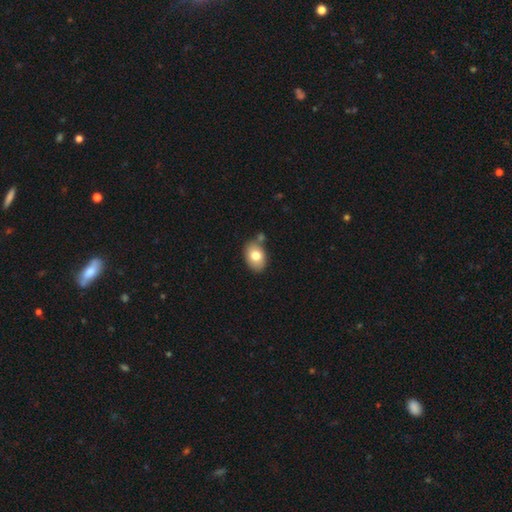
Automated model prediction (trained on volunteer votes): The model was most divided on "merging": none: 70%, minor disturbance: 15%, merger: 11%, major disturbance: 4%. More confident: how rounded — in between (79%); smooth or featured — smooth (76%).